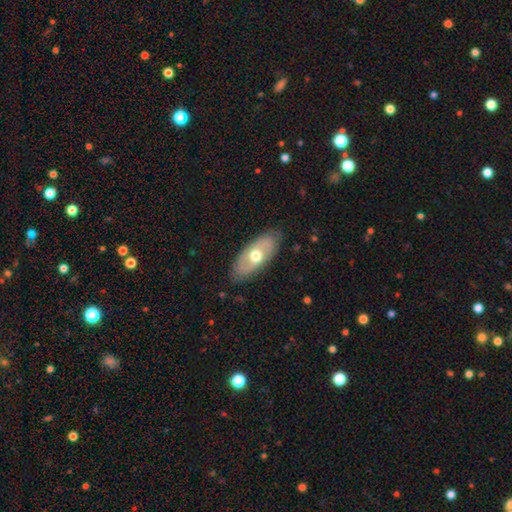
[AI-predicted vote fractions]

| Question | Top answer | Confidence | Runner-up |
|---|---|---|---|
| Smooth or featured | smooth | 48% | featured or disk (47%) |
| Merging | none | 81% | minor disturbance (14%) |